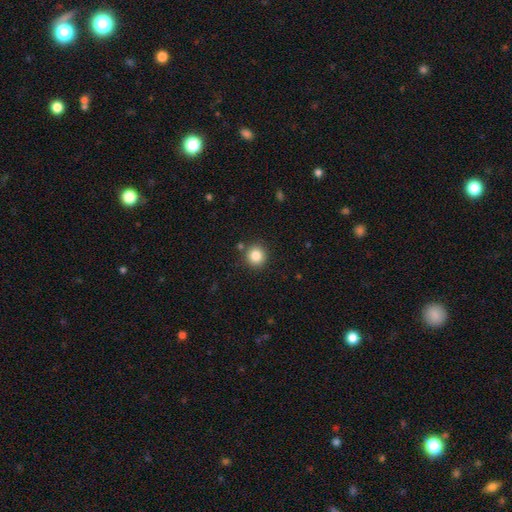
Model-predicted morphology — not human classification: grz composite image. It shows a smooth galaxy with no disk features (84%) that is round (93%). Merging: none (87%).